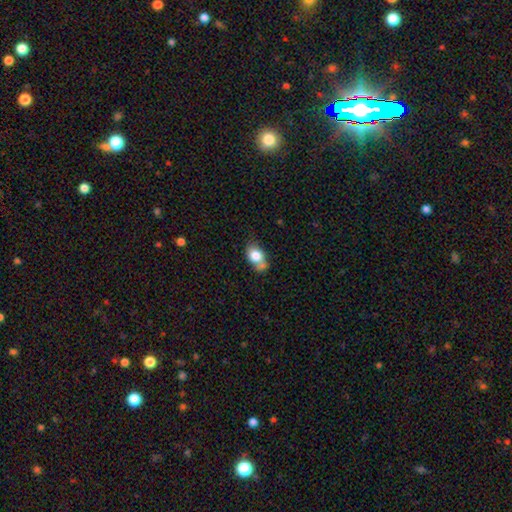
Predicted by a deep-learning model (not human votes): This is likely a smooth galaxy (78%). How rounded: likely in between (70%). Merging: marginally none (40%).